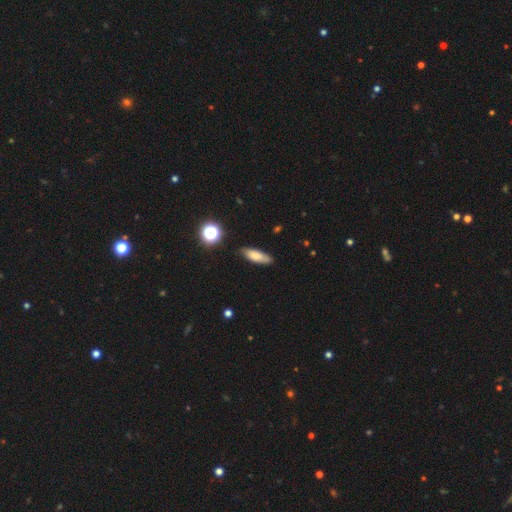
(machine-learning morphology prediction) Overall: smooth (76%). How rounded: in between (58%; cigar-shaped 39%). Merging: none (81%).